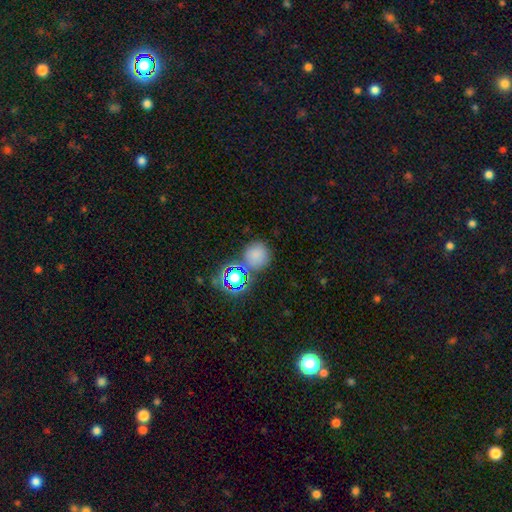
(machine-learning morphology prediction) type=smooth (71%); roundness=round (88%); merging=none (69%).